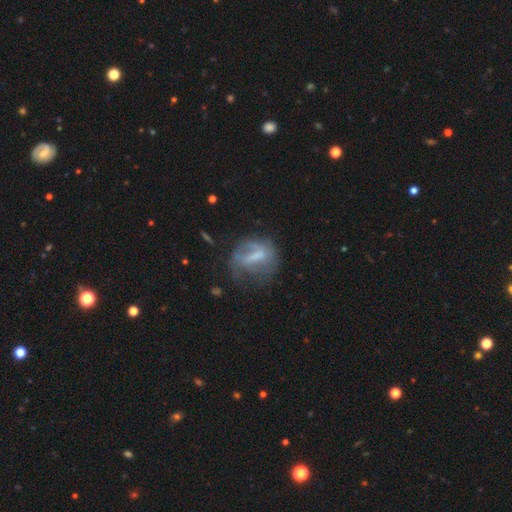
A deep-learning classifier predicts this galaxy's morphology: smooth_or_featured: featured or disk (p=0.54) [alt: smooth p=0.35]
disk_edge_on: no (p=0.93) [alt: yes p=0.07]
bar: weak (p=0.38) [alt: strong p=0.36]
has_spiral_arms: no (p=0.58) [alt: yes p=0.42]
bulge_size: none (p=0.36) [alt: moderate p=0.29]
merging: none (p=0.44) [alt: major disturbance p=0.28]